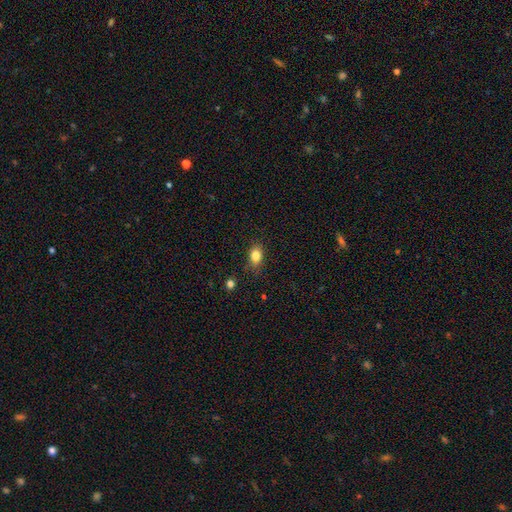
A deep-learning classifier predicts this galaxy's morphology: Smooth or featured?
  - smooth: 83% *
  - star or artifact: 10%
  - featured or disk: 8%
How rounded?
  - in between: 79% *
  - round: 19%
  - cigar-shaped: 2%
Merging?
  - none: 82% *
  - minor disturbance: 14%
  - major disturbance: 3%
  - merger: 2%